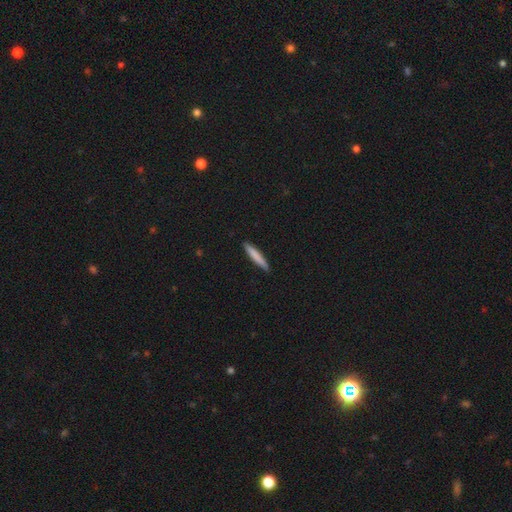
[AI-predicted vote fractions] A smooth galaxy with no disk features (80%) that is cigar-shaped (94%). Merging: none (90%).